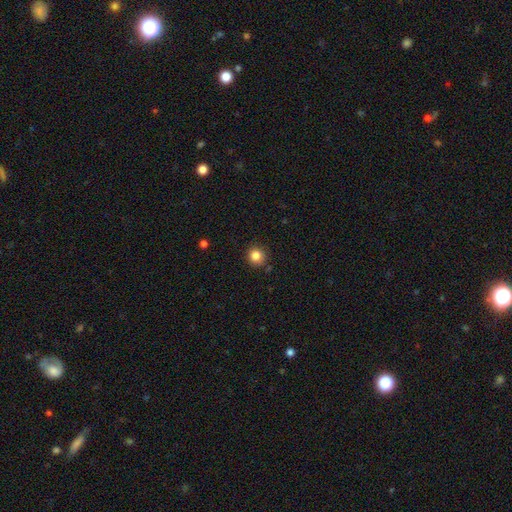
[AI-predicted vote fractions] smooth_or_featured: smooth (p=0.84) [alt: star or artifact p=0.11]
how_rounded: round (p=0.92) [alt: in between p=0.07]
merging: none (p=0.88) [alt: minor disturbance p=0.08]